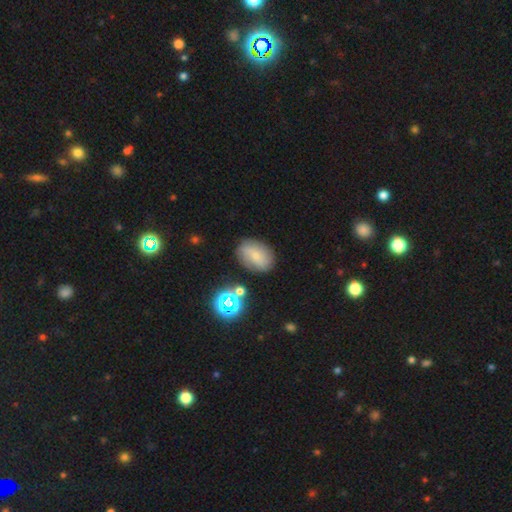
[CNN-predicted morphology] A smooth galaxy with no disk features (54%) that is in between round and cigar-shaped (76%).

Vote fractions:
- Smooth or featured? smooth: 54% / featured or disk: 31% / star or artifact: 15%
- How rounded? in between: 76% / round: 22% / cigar-shaped: 2%
- Merging? none: 76% / minor disturbance: 15% / major disturbance: 5% / merger: 4%